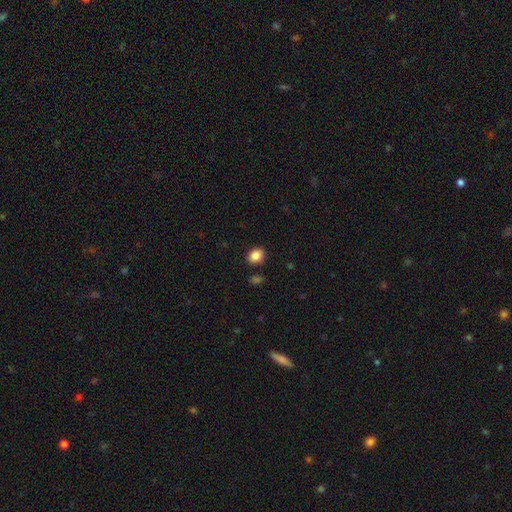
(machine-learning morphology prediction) smooth-or-featured: smooth: 87% | star or artifact: 9% | featured or disk: 4%
  how-rounded: in between: 59% | round: 40% | cigar-shaped: 1%
  merging: none: 86% | minor disturbance: 9% | merger: 3% | major disturbance: 2%